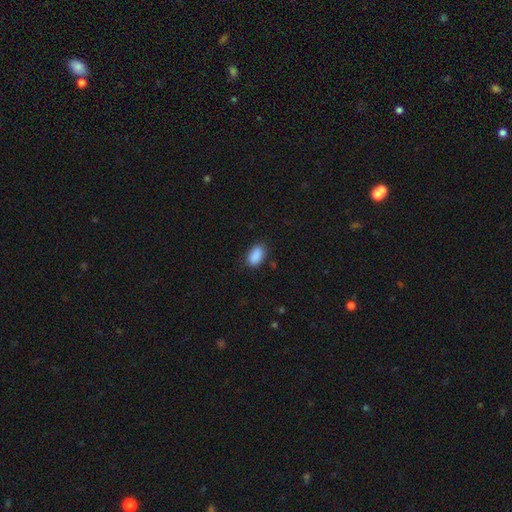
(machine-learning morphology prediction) Q: Smooth or featured?
A: smooth (90%); runner-up: star or artifact (7%)
Q: How rounded?
A: in between (92%); runner-up: round (6%)
Q: Merging?
A: none (82%); runner-up: minor disturbance (14%)